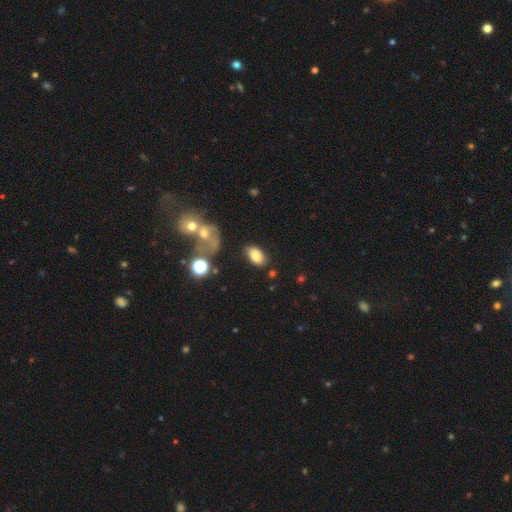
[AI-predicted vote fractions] smooth_or_featured: smooth (p=0.80) [alt: star or artifact p=0.10]
how_rounded: in between (p=0.90) [alt: round p=0.08]
merging: none (p=0.78) [alt: minor disturbance p=0.12]